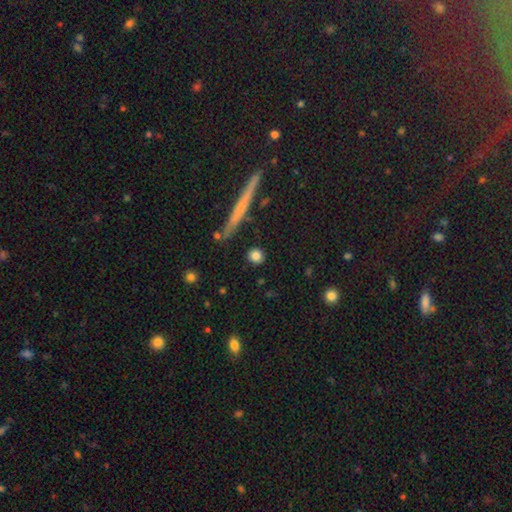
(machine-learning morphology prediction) This appears to be a smooth galaxy with no disk features (82%) that is round (84%). Merging: none (87%).